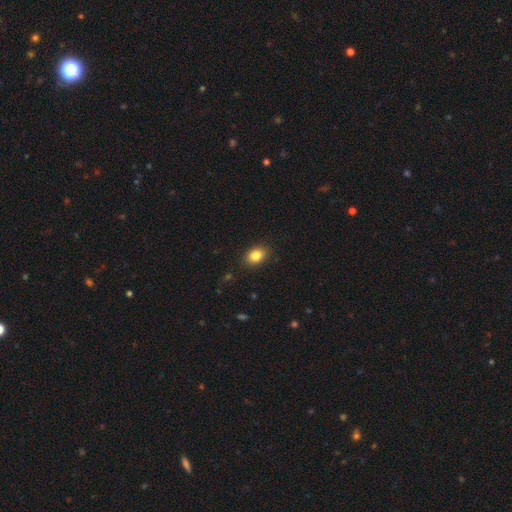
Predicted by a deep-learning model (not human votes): Morphology: type=smooth (84%); roundness=in between (75%); merging=none (88%).